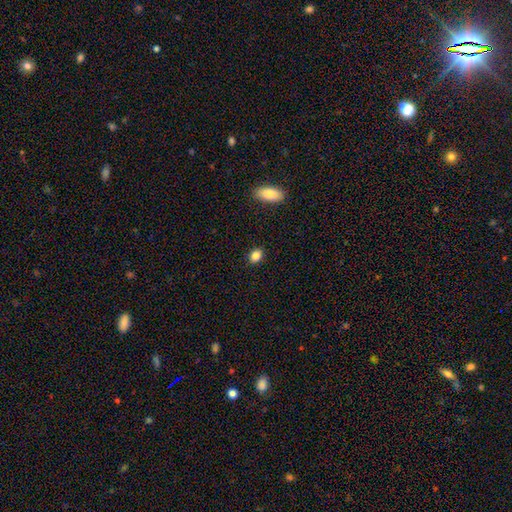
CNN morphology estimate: Q: Smooth or featured?
A: smooth (84%); runner-up: star or artifact (11%)
Q: How rounded?
A: in between (60%); runner-up: round (39%)
Q: Merging?
A: none (88%); runner-up: minor disturbance (8%)